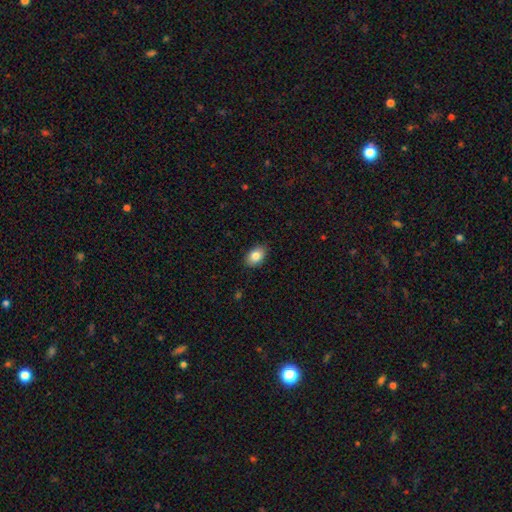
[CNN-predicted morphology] smooth-or-featured: smooth: 83% | featured or disk: 9% | star or artifact: 8%
  how-rounded: in between: 85% | round: 14% | cigar-shaped: 1%
  merging: none: 88% | minor disturbance: 10% | major disturbance: 2% | merger: 1%